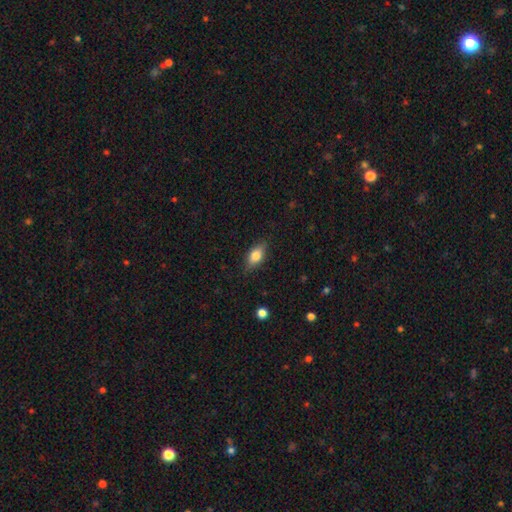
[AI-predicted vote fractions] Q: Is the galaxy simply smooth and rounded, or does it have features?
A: smooth — 74%.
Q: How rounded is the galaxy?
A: in between — 83%.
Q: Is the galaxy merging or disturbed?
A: none — 83%.